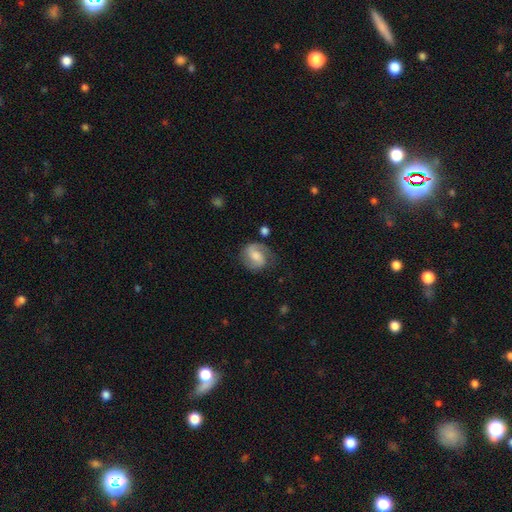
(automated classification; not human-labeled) smooth-or-featured: featured or disk: 65% | smooth: 28% | star or artifact: 7%
  disk-edge-on: no: 98% | yes: 2%
    bar: weak: 48% | no: 34% | strong: 19%
    has-spiral-arms: yes: 92% | no: 8%
      spiral-winding: medium: 48% | loose: 26% | tight: 26%
      spiral-arm-count: 2: 81% | 1: 10% | can't tell: 6% | 3: 1% | 4: 1% | more than 4: 1%
    bulge-size: moderate: 50% | small: 27% | large: 12% | none: 8% | dominant: 2%
  merging: none: 70% | minor disturbance: 19% | major disturbance: 8% | merger: 3%